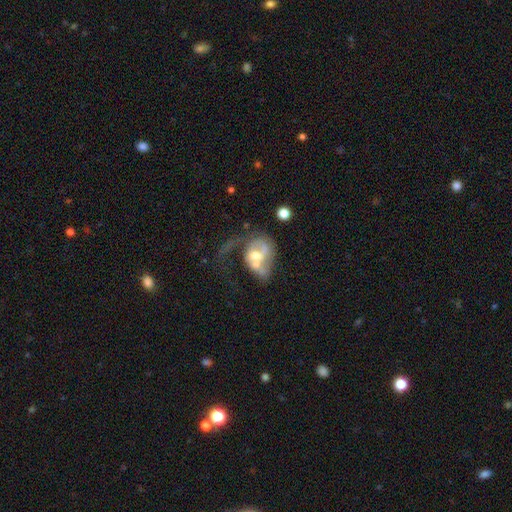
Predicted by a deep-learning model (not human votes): This is likely a featured or disk galaxy (65%). It is clearly not viewed edge-on (97%). Bar: likely no (63%). Spiral arm pattern: likely yes (66%). Central bulge: likely moderate (64%). Merging: marginally merger (36%).